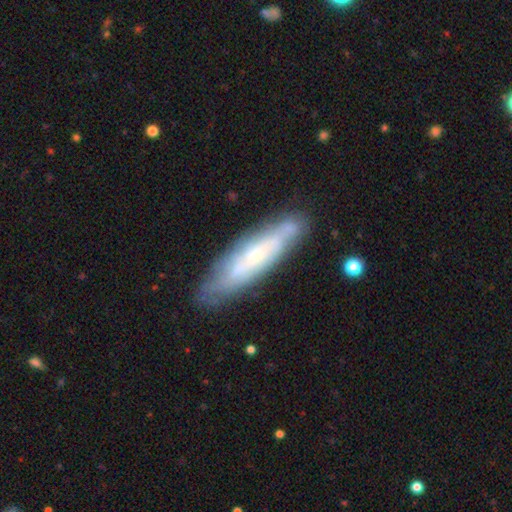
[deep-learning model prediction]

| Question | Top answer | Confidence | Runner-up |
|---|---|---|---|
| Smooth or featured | featured or disk | 59% | smooth (35%) |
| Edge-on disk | no | 54% | yes (46%) |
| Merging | none | 78% | minor disturbance (16%) |